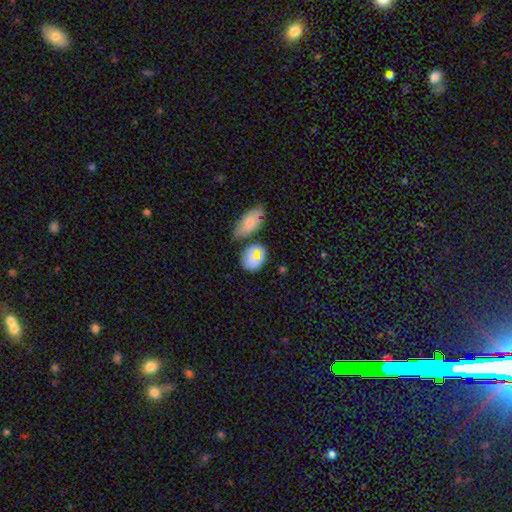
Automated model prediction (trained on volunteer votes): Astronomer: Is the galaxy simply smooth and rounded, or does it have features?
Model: smooth — 67%.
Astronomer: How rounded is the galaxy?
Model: round — 56% (runner-up: in between, 42%).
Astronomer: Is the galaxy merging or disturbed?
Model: none — 58%.